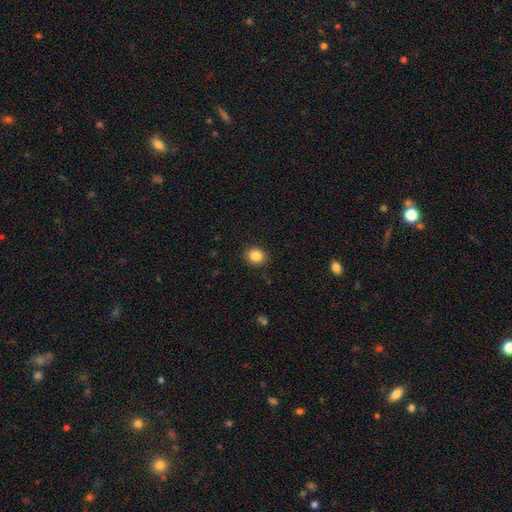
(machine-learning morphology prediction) Q: Smooth or featured?
A: smooth (86%); runner-up: star or artifact (9%)
Q: How rounded?
A: round (62%); runner-up: in between (37%)
Q: Merging?
A: none (90%); runner-up: minor disturbance (7%)